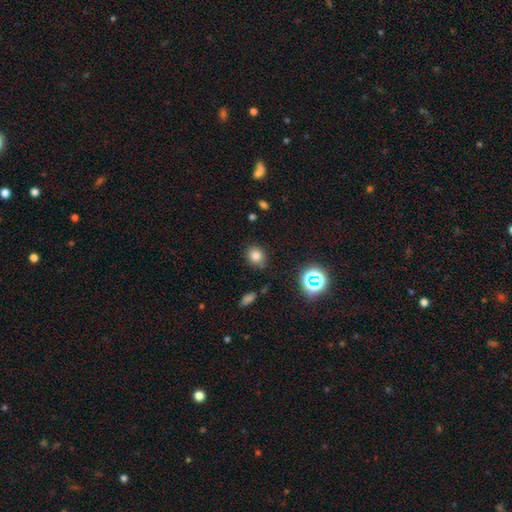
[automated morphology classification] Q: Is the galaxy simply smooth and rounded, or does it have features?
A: smooth — 76%.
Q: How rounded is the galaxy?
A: round — 66%.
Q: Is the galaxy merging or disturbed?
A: none — 82%.